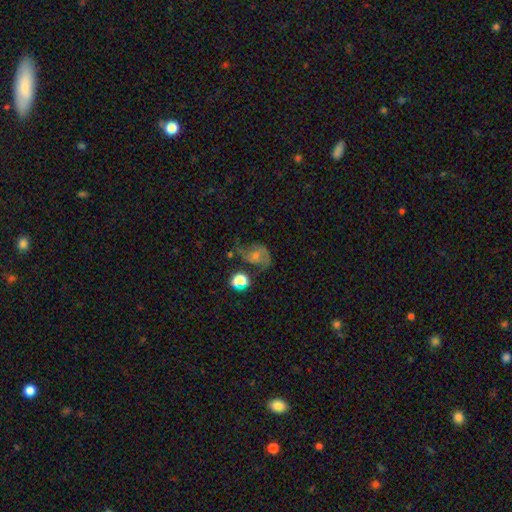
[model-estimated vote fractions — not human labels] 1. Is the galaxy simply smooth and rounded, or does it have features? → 60% featured or disk, 24% smooth, 16% star or artifact.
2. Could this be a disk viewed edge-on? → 97% no, 3% yes.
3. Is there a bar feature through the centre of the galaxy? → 70% no, 25% weak, 5% strong.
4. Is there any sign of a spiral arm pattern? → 86% yes, 14% no.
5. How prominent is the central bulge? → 54% small, 34% moderate, 7% none, 3% large, 2% dominant.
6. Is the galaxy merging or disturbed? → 48% none, 24% minor disturbance, 21% major disturbance, 7% merger.